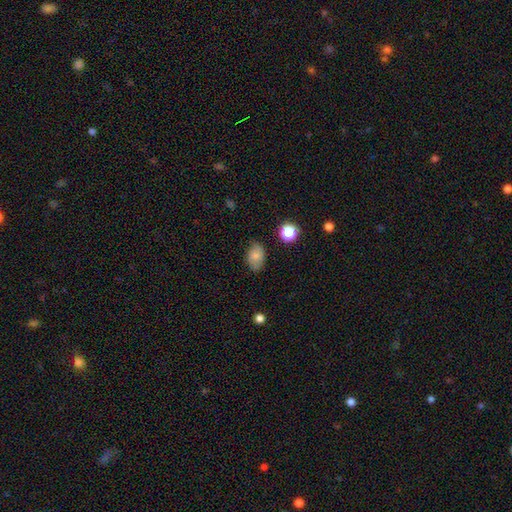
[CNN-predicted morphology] A smooth galaxy with no disk features (76%) that is in between round and cigar-shaped (85%). Merging: none (74%).